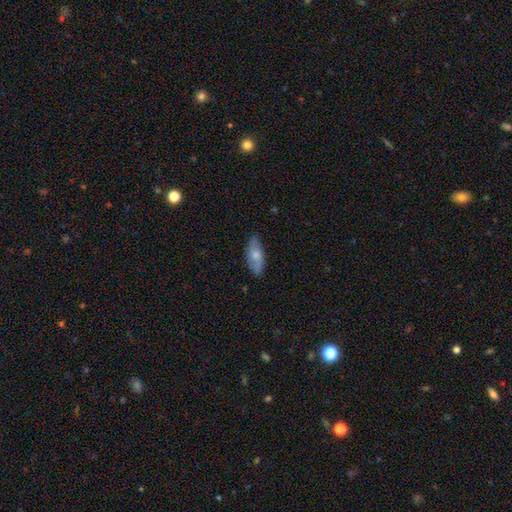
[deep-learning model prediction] Smooth or featured: smooth — 56% (featured or disk — 37%)
How rounded: in between — 80% (cigar-shaped — 17%)
Merging: none — 78% (minor disturbance — 17%)